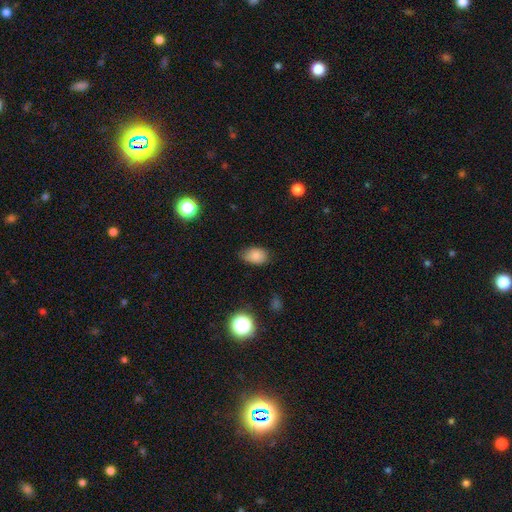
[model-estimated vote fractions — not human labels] A smooth galaxy with no disk features (83%) that is in between round and cigar-shaped (86%). Merging: none (74%).